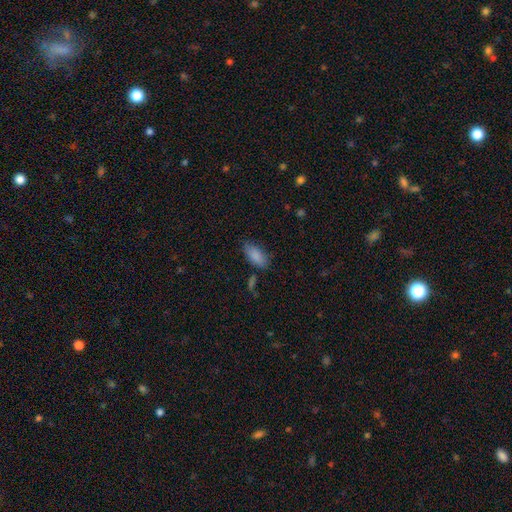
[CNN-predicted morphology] Smooth or featured: smooth — 86% (star or artifact — 7%)
How rounded: in between — 88% (cigar-shaped — 9%)
Merging: none — 70% (minor disturbance — 21%)